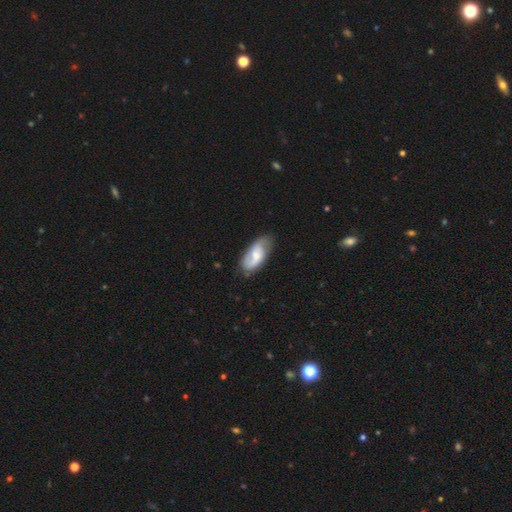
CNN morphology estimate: Smooth or featured? featured or disk (51%)
Edge-on disk? no (92%)
Merging? none (66%)